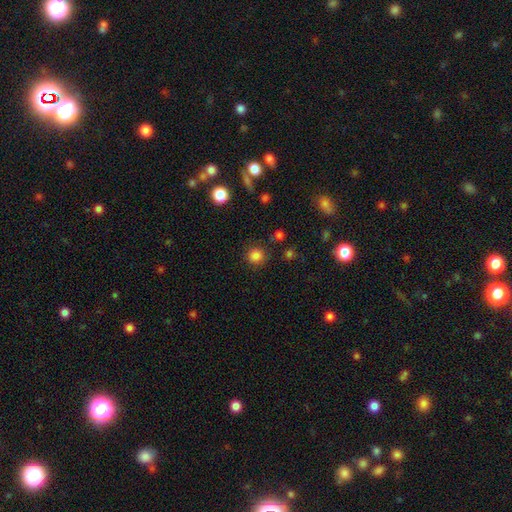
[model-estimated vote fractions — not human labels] Smooth or featured? smooth (83%)
How rounded? round (93%)
Merging? none (87%)